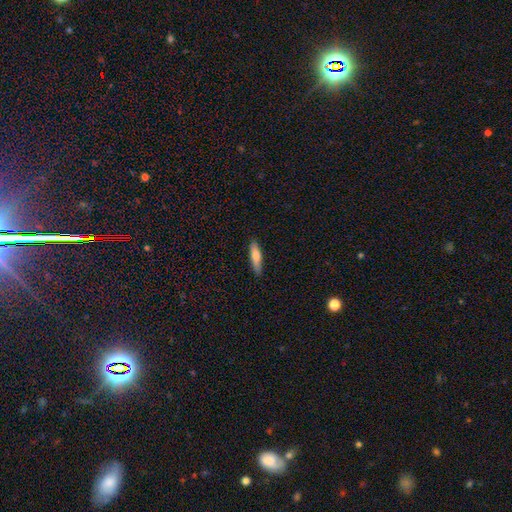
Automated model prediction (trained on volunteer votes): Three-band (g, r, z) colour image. It shows a smooth galaxy with no disk features (76%) that is cigar-shaped (73%). Merging: none (85%).